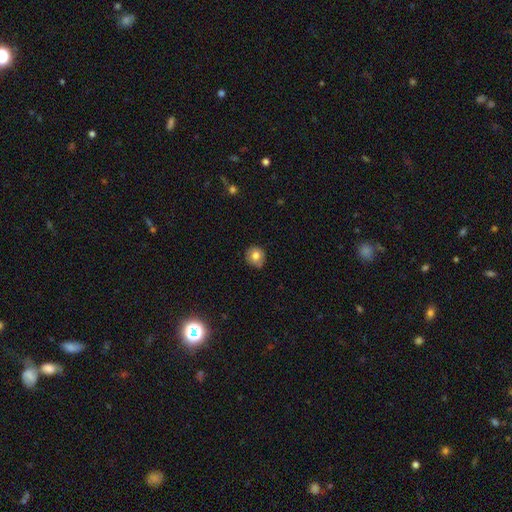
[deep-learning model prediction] Smooth or featured: smooth — 74% (featured or disk — 17%)
How rounded: round — 86% (in between — 13%)
Merging: none — 81% (minor disturbance — 15%)